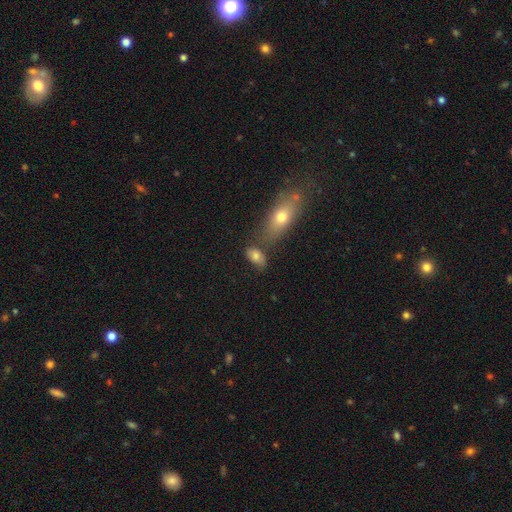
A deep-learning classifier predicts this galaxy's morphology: This is likely a smooth galaxy (75%). How rounded: clearly in between (87%). Merging: possibly none (51%).